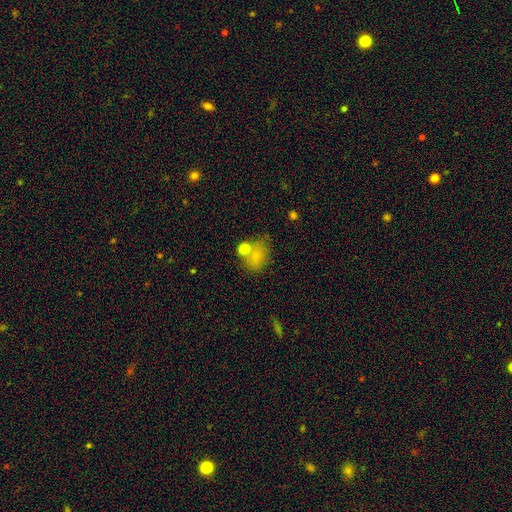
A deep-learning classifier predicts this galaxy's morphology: smooth-or-featured: smooth: 74% | star or artifact: 13% | featured or disk: 13%
  how-rounded: in between: 60% | round: 39% | cigar-shaped: 1%
  merging: none: 50% | merger: 22% | minor disturbance: 19% | major disturbance: 9%